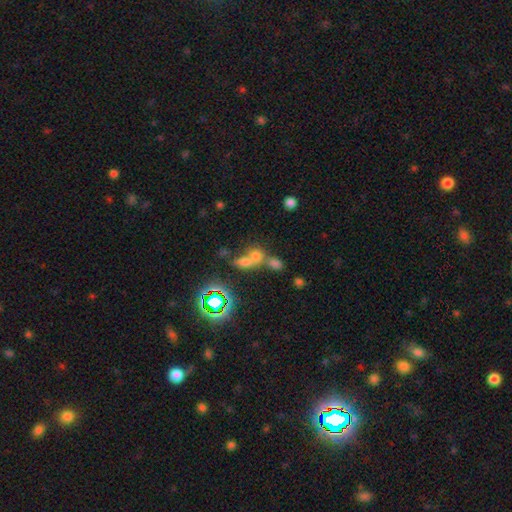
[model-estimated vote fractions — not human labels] A smooth galaxy with no disk features (57%) that is in between round and cigar-shaped (51%). Merging: merger (63%).